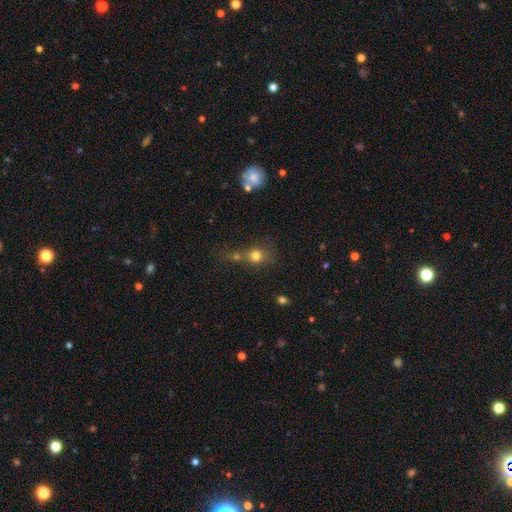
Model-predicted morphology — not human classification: smooth 73%, star or artifact 16%, featured or disk 11%. Down the decision tree: how rounded — round (80%); merging — none (43%).